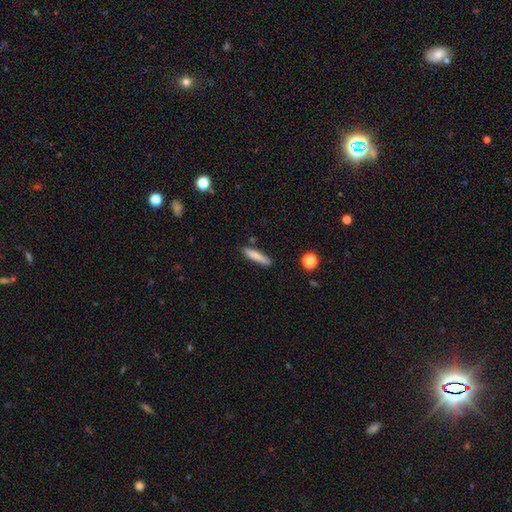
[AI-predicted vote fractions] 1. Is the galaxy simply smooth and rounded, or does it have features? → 79% smooth, 14% featured or disk, 7% star or artifact.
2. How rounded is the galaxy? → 85% cigar-shaped, 14% in between, 2% round.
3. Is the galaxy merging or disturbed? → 83% none, 12% minor disturbance, 3% merger, 2% major disturbance.